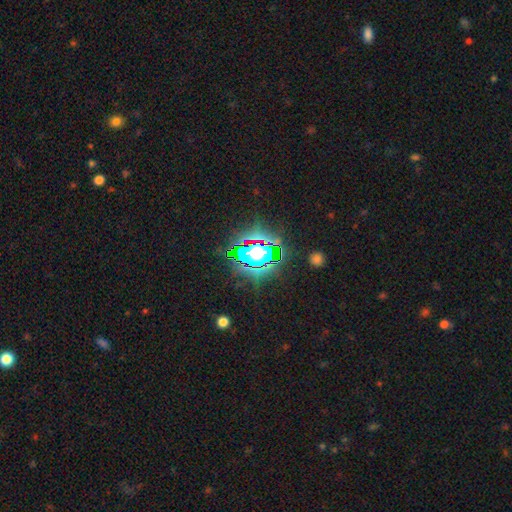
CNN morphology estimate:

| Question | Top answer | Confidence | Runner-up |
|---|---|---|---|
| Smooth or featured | star or artifact | 74% | smooth (14%) |